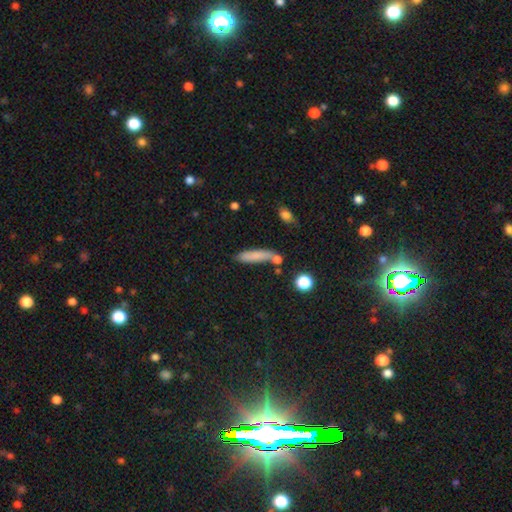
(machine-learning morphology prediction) Smooth or featured?
  - smooth: 78% *
  - featured or disk: 14%
  - star or artifact: 9%
How rounded?
  - cigar-shaped: 78% *
  - in between: 19%
  - round: 3%
Merging?
  - none: 68% *
  - minor disturbance: 17%
  - merger: 10%
  - major disturbance: 5%